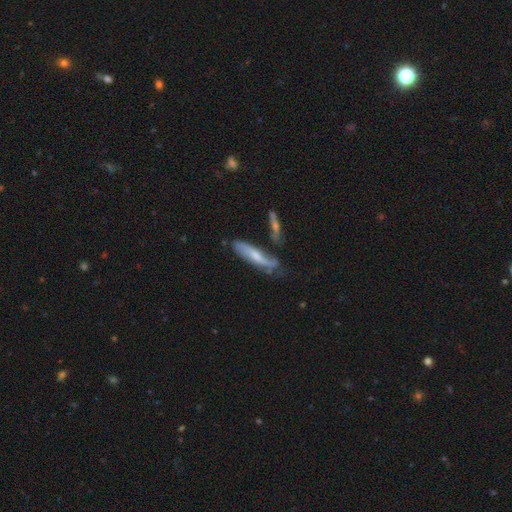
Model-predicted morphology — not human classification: Overall: featured or disk (54%; smooth 39%). Edge-on disk: no (52%; yes 48%). Merging: none (47%; minor disturbance 26%).